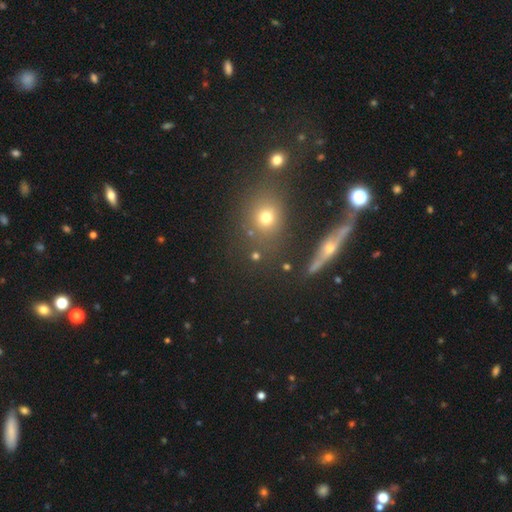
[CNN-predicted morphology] smooth 47%, star or artifact 31%, featured or disk 22%. Down the decision tree: merging — none (73%).